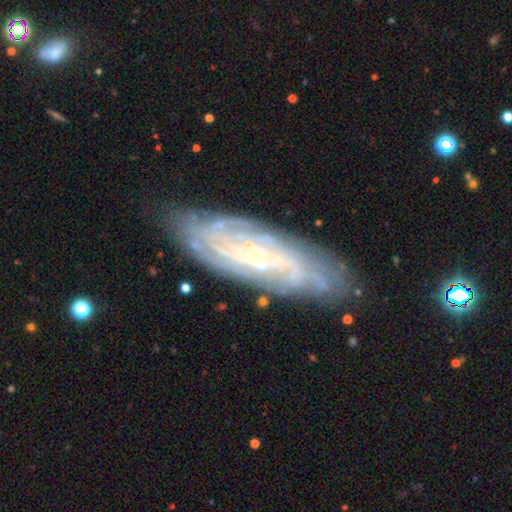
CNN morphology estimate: A featured or disk galaxy (83%) with no bar (59%), tight (72%) spiral arms (96%) and a small central bulge (81%).

Vote fractions:
- Smooth or featured? featured or disk: 83% / smooth: 10% / star or artifact: 7%
- Edge-on disk? no: 85% / yes: 15%
- Bar? no: 59% / weak: 31% / strong: 10%
- Spiral arms? yes: 96% / no: 4%
- Spiral winding? tight: 72% / medium: 23% / loose: 5%
- Spiral arm count? can't tell: 37% / 4: 19% / 3: 13% / 2: 13% / more than 4: 12% / 1: 6%
- Bulge size? small: 81% / moderate: 14% / none: 3% / large: 1% / dominant: 1%
- Merging? none: 81% / minor disturbance: 14% / major disturbance: 3% / merger: 2%